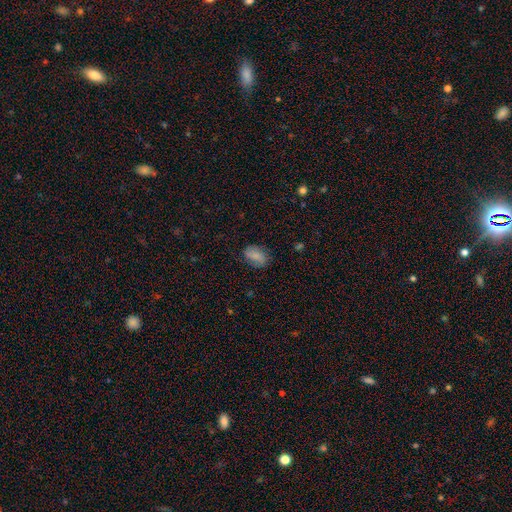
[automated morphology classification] Overall: smooth (74%). How rounded: in between (84%). Merging: none (72%).